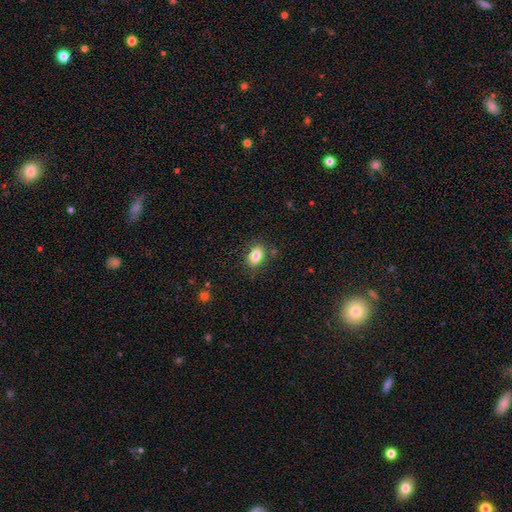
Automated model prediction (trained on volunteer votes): smooth_or_featured: smooth (p=0.82) [alt: featured or disk p=0.10]
how_rounded: in between (p=0.86) [alt: round p=0.11]
merging: none (p=0.84) [alt: minor disturbance p=0.11]